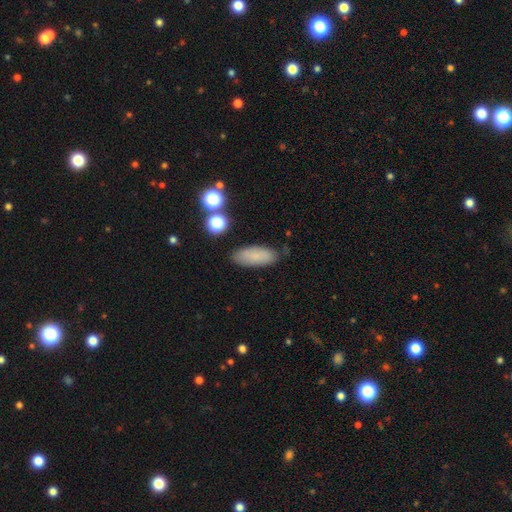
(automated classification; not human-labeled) Smooth or featured: smooth — 81% (featured or disk — 10%)
How rounded: in between — 75% (cigar-shaped — 23%)
Merging: none — 80% (minor disturbance — 14%)